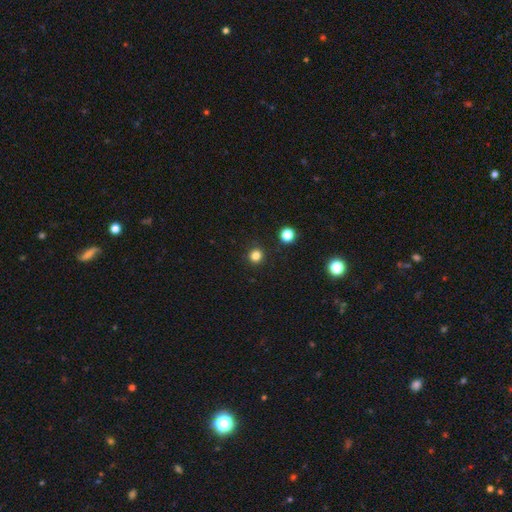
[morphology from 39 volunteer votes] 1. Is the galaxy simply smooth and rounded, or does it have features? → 85% smooth, 10% star or artifact, 5% featured or disk.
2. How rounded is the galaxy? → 97% round, 3% in between, 0% cigar-shaped.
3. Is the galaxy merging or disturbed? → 97% none, 3% minor disturbance, 0% major disturbance, 0% merger.